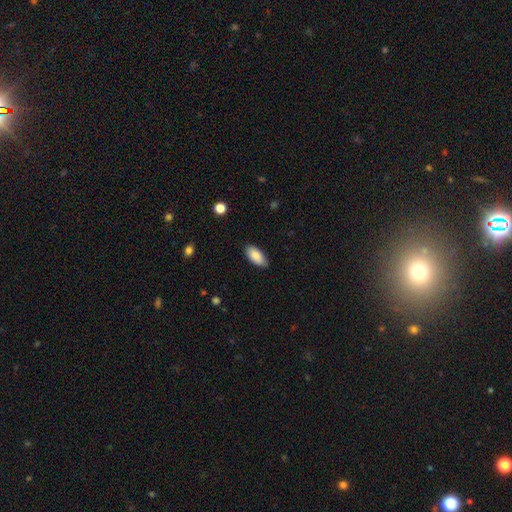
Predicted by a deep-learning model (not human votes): smooth-or-featured: smooth: 87% | featured or disk: 7% | star or artifact: 6%
  how-rounded: in between: 91% | cigar-shaped: 7% | round: 2%
  merging: none: 81% | minor disturbance: 15% | major disturbance: 2% | merger: 1%